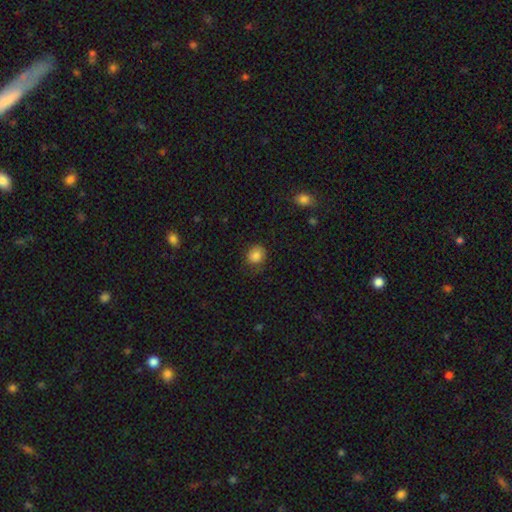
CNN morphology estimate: Smooth or featured? smooth (84%)
How rounded? round (74%)
Merging? none (75%)